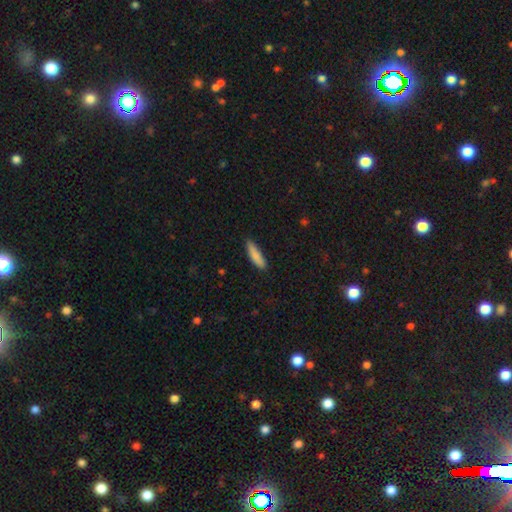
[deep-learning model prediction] Smooth or featured? Predicted: smooth (p=0.85). How rounded? Predicted: cigar-shaped (p=0.68). Merging? Predicted: none (p=0.81).